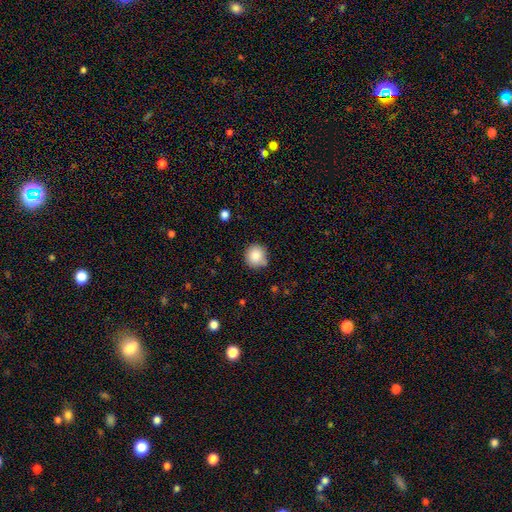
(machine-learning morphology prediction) Smooth or featured? smooth (85%)
How rounded? round (92%)
Merging? none (79%)